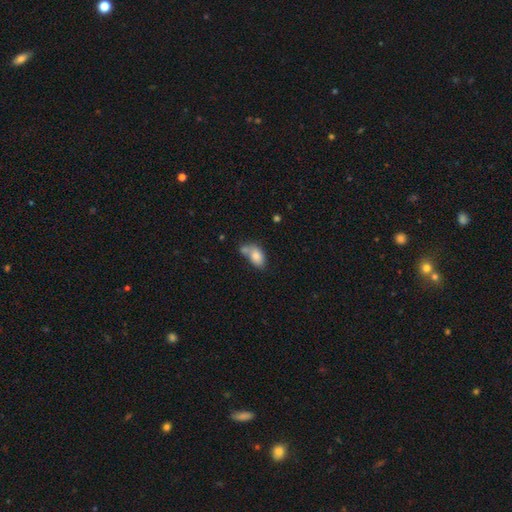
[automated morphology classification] Smooth or featured? smooth (79%)
How rounded? in between (90%)
Merging? merger (40%)